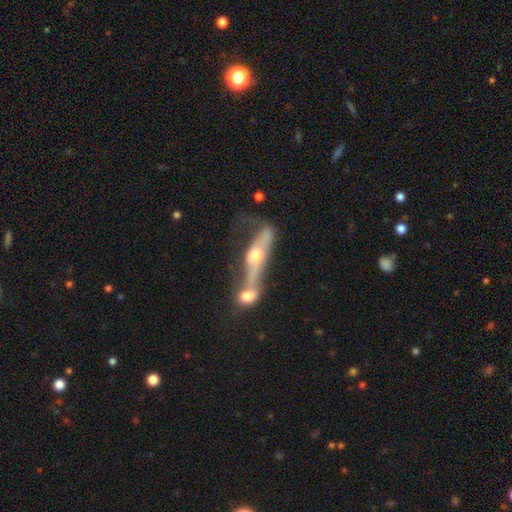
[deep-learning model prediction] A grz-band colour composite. It shows a featured or disk galaxy (68%) viewed edge-on (65%). Merging: merger (58%).